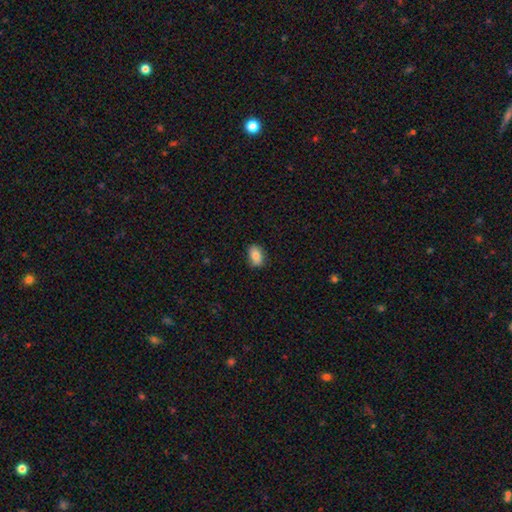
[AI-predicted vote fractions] smooth-or-featured: smooth: 82% | featured or disk: 10% | star or artifact: 8%
  how-rounded: in between: 86% | round: 13% | cigar-shaped: 2%
  merging: none: 84% | minor disturbance: 13% | major disturbance: 2% | merger: 1%